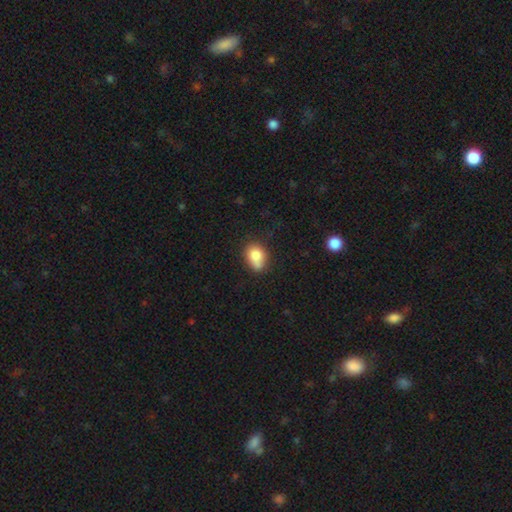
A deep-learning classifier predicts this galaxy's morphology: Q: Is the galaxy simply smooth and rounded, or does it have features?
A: smooth — 80%.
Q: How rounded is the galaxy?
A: in between — 64%.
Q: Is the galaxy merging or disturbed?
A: none — 49%.